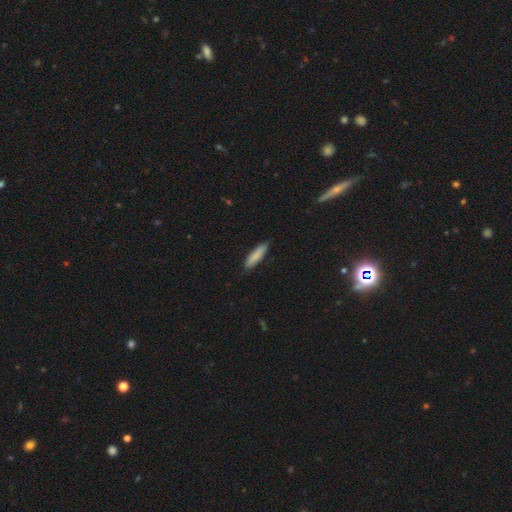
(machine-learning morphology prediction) A smooth galaxy with no disk features (85%) that is cigar-shaped (74%). Merging: none (85%).